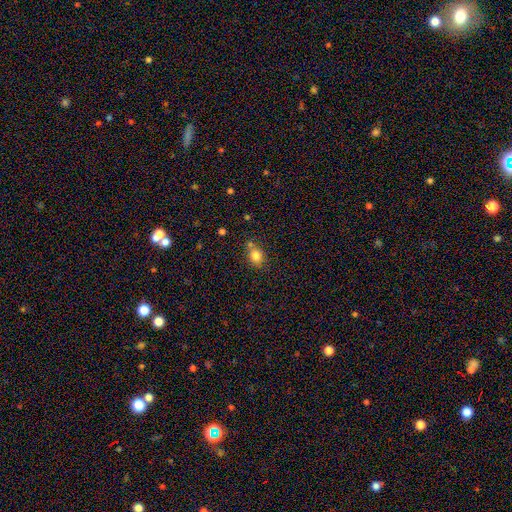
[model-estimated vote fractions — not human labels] smooth_or_featured: smooth (p=0.81) [alt: star or artifact p=0.11]
how_rounded: round (p=0.55) [alt: in between p=0.44]
merging: none (p=0.63) [alt: merger p=0.16]